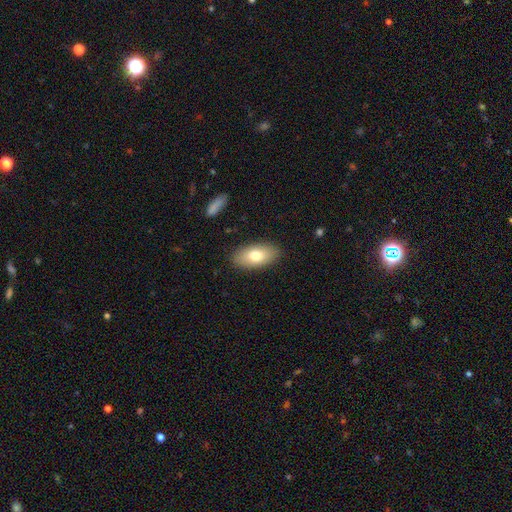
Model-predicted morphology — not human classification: Q: Smooth or featured?
A: smooth (75%); runner-up: featured or disk (18%)
Q: How rounded?
A: in between (92%); runner-up: cigar-shaped (4%)
Q: Merging?
A: none (87%); runner-up: minor disturbance (9%)